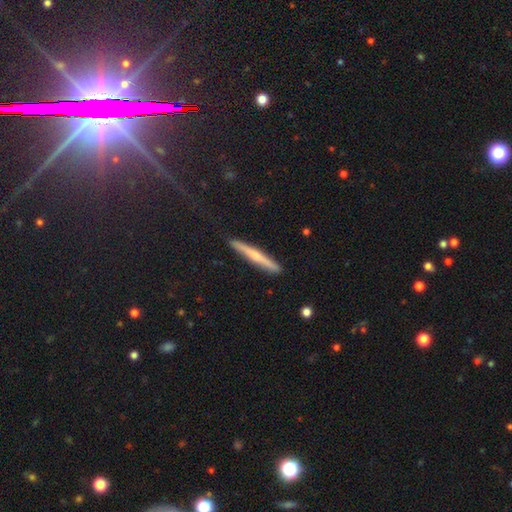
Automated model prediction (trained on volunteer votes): This is possibly a featured or disk galaxy (52%). It is clearly viewed edge-on (97%). Edge-on bulge: likely rounded (61%). Merging: clearly none (91%).